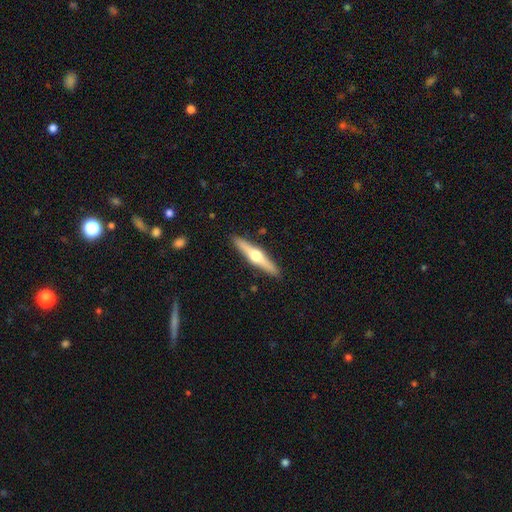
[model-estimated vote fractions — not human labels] This appears to be a featured or disk galaxy (67%) viewed edge-on (97%) with a rounded central bulge (95%). Merging: none (91%).